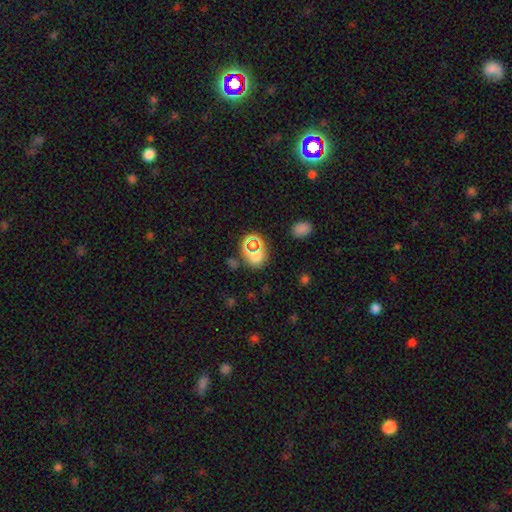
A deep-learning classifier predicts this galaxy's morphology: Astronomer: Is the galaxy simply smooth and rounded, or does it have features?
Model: smooth — 60%.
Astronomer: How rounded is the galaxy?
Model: round — 70%.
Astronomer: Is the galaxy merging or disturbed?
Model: none — 73%.